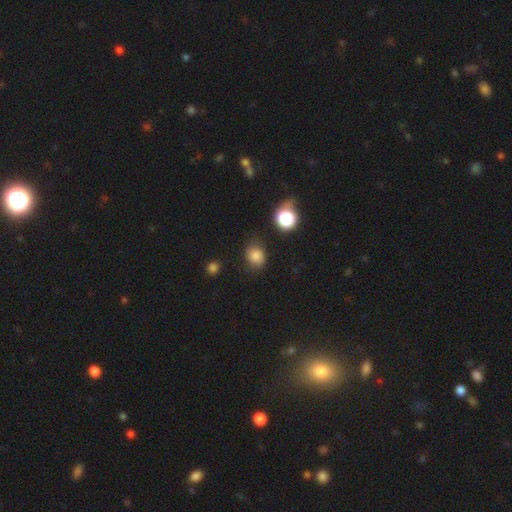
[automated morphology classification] This is likely a smooth galaxy (80%). How rounded: possibly round (58%). Merging: likely none (70%).